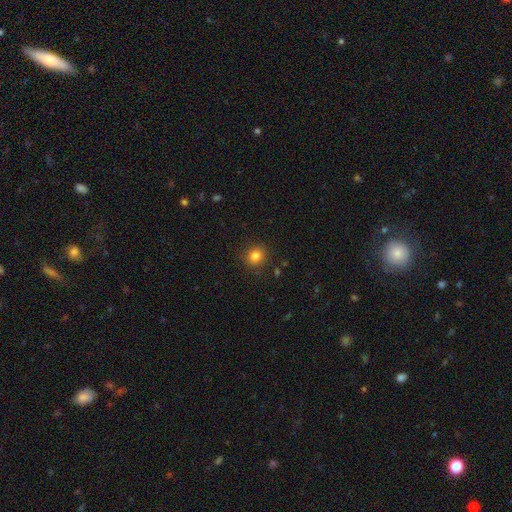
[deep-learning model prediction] Smooth or featured: smooth — 82% (star or artifact — 12%)
How rounded: round — 84% (in between — 15%)
Merging: none — 89% (minor disturbance — 7%)